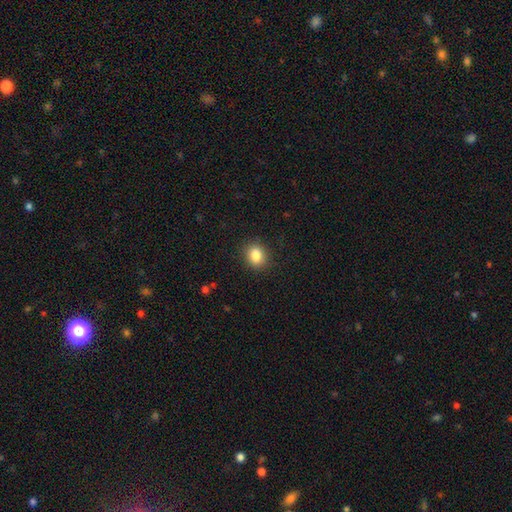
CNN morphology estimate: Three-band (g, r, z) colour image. It shows a smooth galaxy with no disk features (85%) that is round (55%). Merging: none (89%).